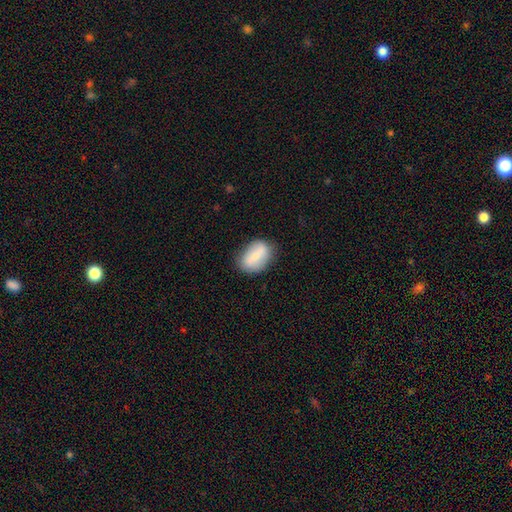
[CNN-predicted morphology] Smooth or featured? Predicted: smooth (p=0.64). How rounded? Predicted: in between (p=0.82). Merging? Predicted: none (p=0.75).